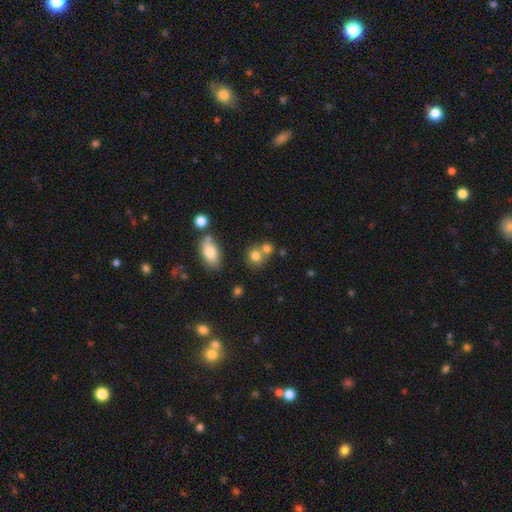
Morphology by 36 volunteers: Smooth or featured?
  - smooth: 92% *
  - star or artifact: 8%
  - featured or disk: 0%
How rounded?
  - round: 79% *
  - in between: 21%
  - cigar-shaped: 0%
Merging?
  - none: 45% * (tied)
  - merger: 45% * (tied)
  - minor disturbance: 9%
  - major disturbance: 0%